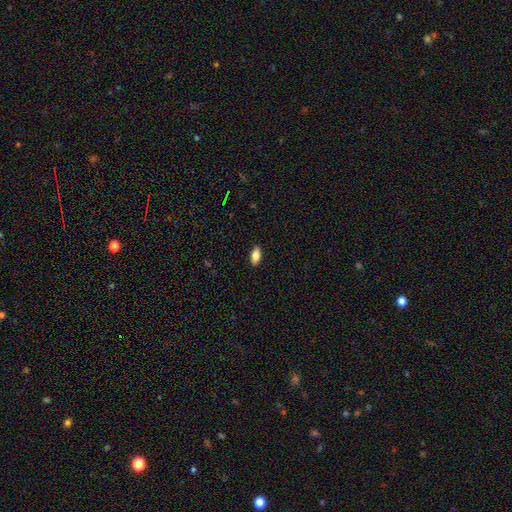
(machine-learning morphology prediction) Smooth or featured? Predicted: smooth (p=0.81). How rounded? Predicted: in between (p=0.88). Merging? Predicted: none (p=0.89).